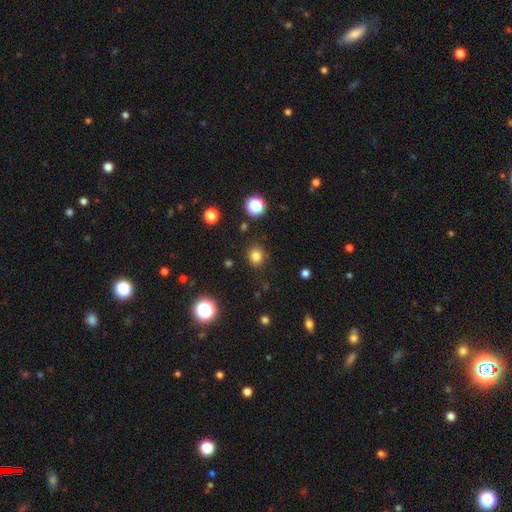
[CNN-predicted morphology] smooth_or_featured: smooth (p=0.81) [alt: star or artifact p=0.14]
how_rounded: round (p=0.85) [alt: in between p=0.14]
merging: none (p=0.88) [alt: minor disturbance p=0.08]